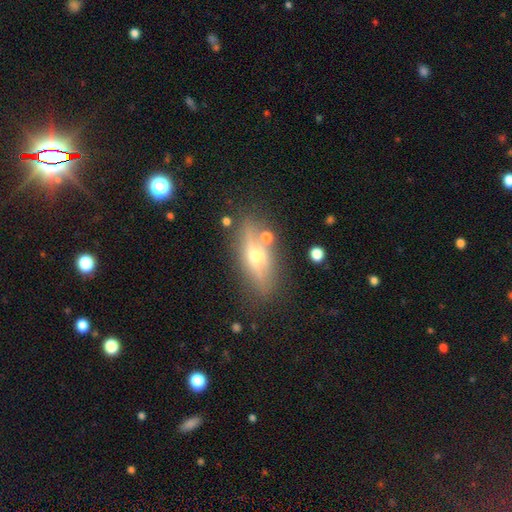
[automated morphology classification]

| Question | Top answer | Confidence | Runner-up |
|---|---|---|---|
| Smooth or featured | featured or disk | 63% | smooth (28%) |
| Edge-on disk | yes | 84% | no (16%) |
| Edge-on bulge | rounded | 93% | boxy (3%) |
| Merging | none | 78% | minor disturbance (13%) |